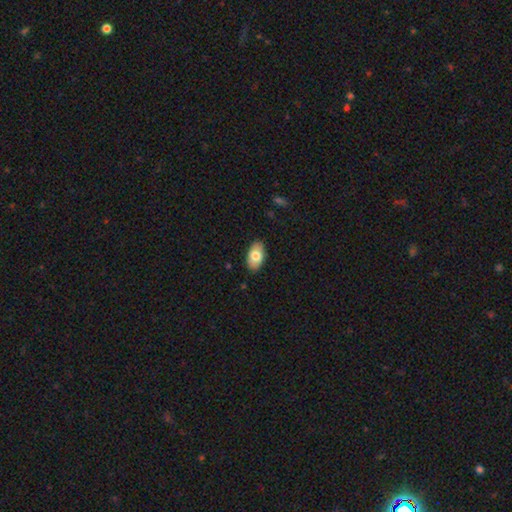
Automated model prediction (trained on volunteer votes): Overall: smooth (78%). How rounded: in between (94%). Merging: none (88%).